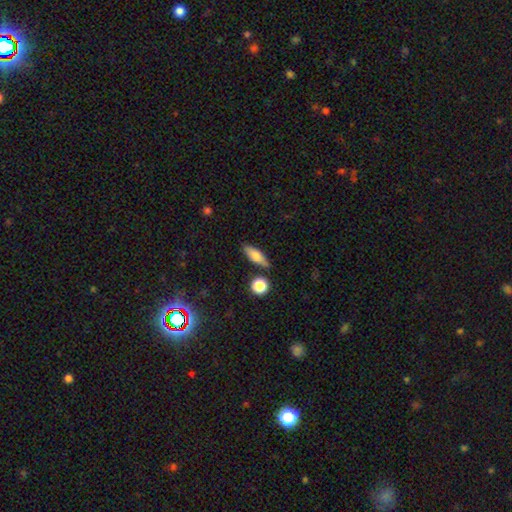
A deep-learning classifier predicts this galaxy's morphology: Smooth or featured? Predicted: smooth (p=0.70). How rounded? Predicted: in between (p=0.55). Merging? Predicted: none (p=0.80).